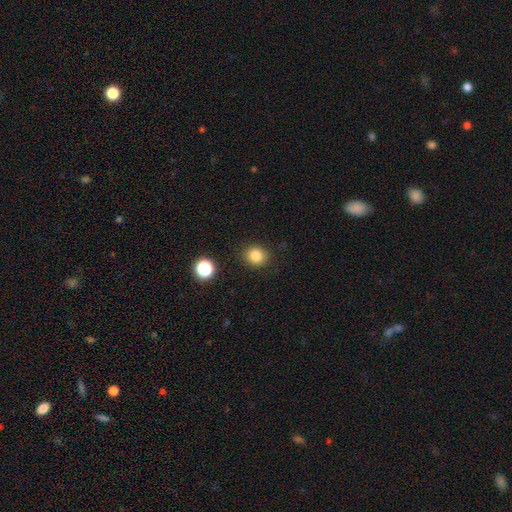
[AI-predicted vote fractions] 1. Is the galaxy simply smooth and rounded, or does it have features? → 83% smooth, 12% star or artifact, 5% featured or disk.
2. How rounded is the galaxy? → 78% round, 21% in between, 1% cigar-shaped.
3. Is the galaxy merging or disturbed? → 88% none, 8% minor disturbance, 2% major disturbance, 2% merger.